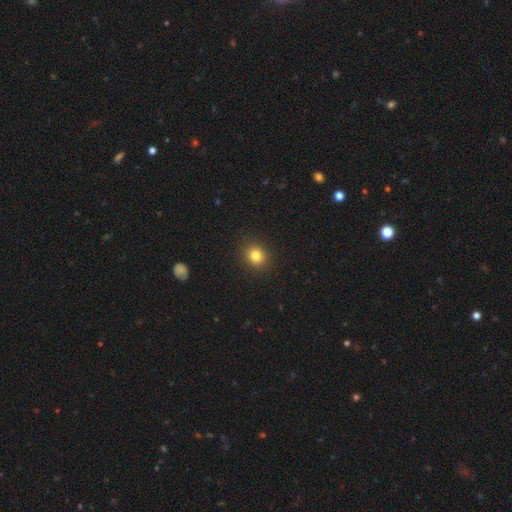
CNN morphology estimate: This is clearly a smooth galaxy (81%). How rounded: likely round (73%). Merging: clearly none (90%).